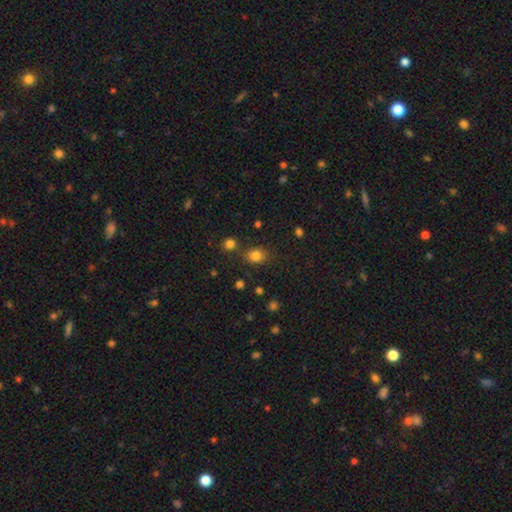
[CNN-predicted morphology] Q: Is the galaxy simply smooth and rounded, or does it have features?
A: smooth — 81%.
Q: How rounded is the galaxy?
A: round — 63%.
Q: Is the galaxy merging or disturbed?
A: none — 73%.